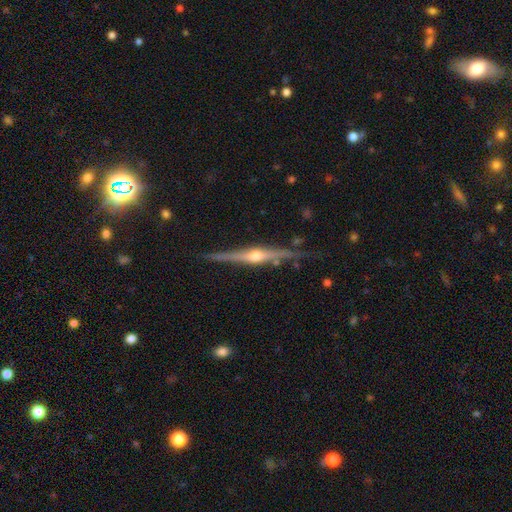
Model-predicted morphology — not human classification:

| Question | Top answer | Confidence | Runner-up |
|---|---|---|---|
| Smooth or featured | featured or disk | 84% | smooth (10%) |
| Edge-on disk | yes | 98% | no (2%) |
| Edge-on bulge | rounded | 93% | boxy (4%) |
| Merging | none | 84% | minor disturbance (12%) |